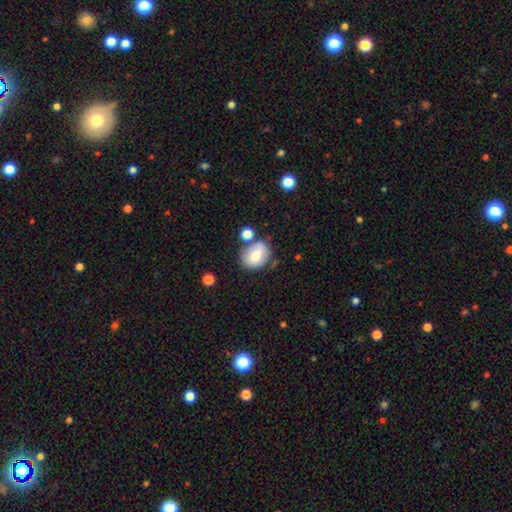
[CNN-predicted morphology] A smooth galaxy with no disk features (72%) that is in between round and cigar-shaped (56%). Merging: none (63%).